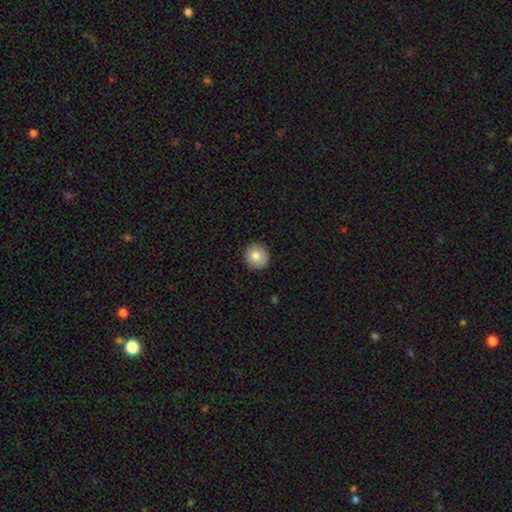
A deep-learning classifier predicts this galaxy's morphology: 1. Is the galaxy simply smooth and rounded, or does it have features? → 79% smooth, 13% featured or disk, 8% star or artifact.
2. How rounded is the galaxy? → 92% round, 7% in between, 1% cigar-shaped.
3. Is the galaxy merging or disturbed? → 89% none, 8% minor disturbance, 2% major disturbance, 1% merger.